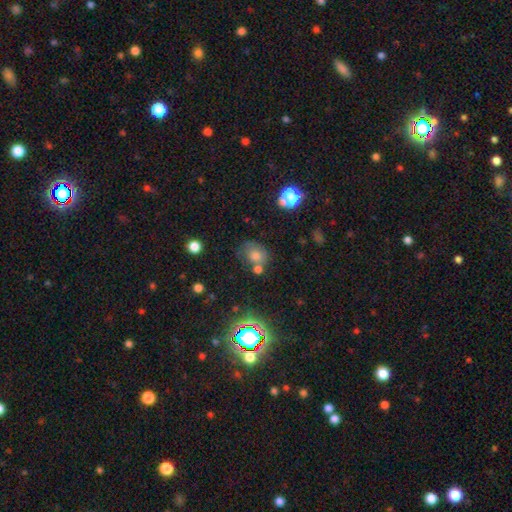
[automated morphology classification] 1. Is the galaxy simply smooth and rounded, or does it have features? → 64% smooth, 20% star or artifact, 16% featured or disk.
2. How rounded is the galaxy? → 53% round, 46% in between, 1% cigar-shaped.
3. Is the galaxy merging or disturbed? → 53% none, 21% minor disturbance, 18% merger, 9% major disturbance.